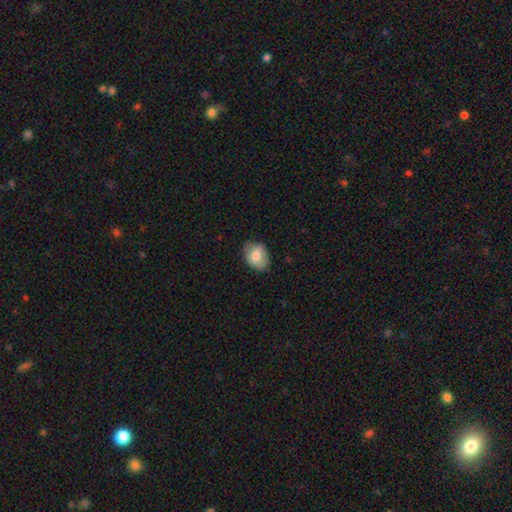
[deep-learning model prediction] This is likely a smooth galaxy (76%). How rounded: likely in between (70%). Merging: likely none (74%).